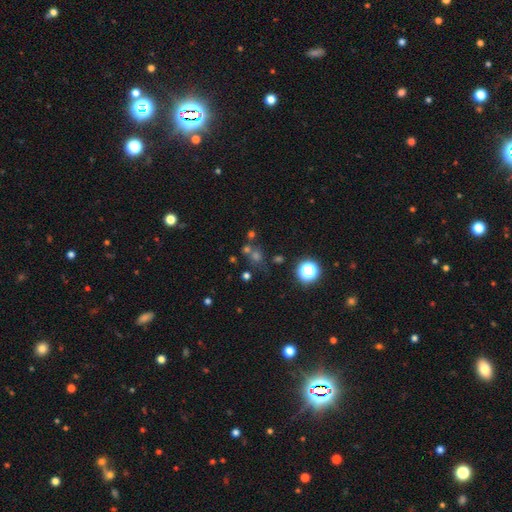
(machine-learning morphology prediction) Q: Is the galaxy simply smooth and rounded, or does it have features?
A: star or artifact — 47%.